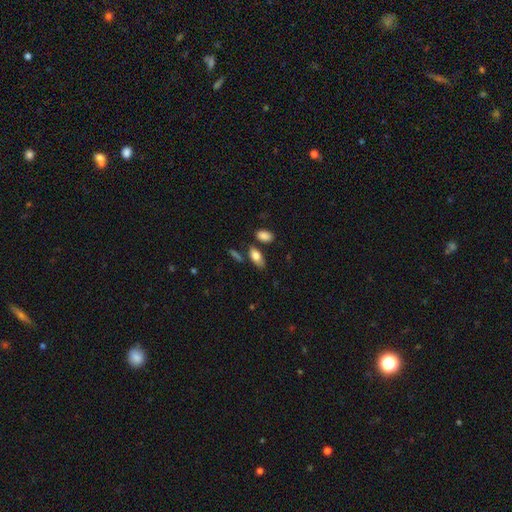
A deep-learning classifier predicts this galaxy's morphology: Smooth or featured? Predicted: smooth (p=0.78). How rounded? Predicted: in between (p=0.86). Merging? Predicted: none (p=0.71).